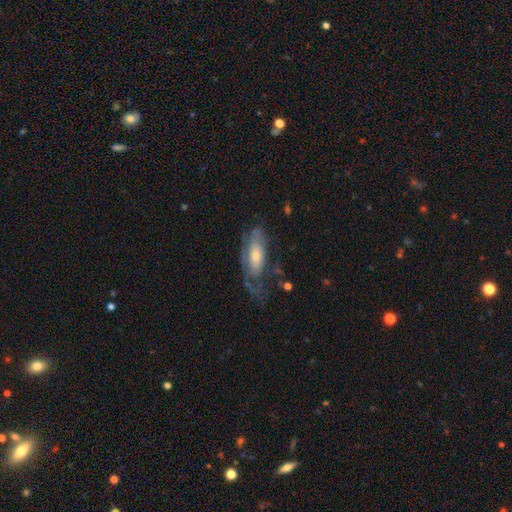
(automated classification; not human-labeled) Overall: featured or disk (60%; smooth 34%). Edge-on disk: no (83%). Merging: none (43%; major disturbance 30%).